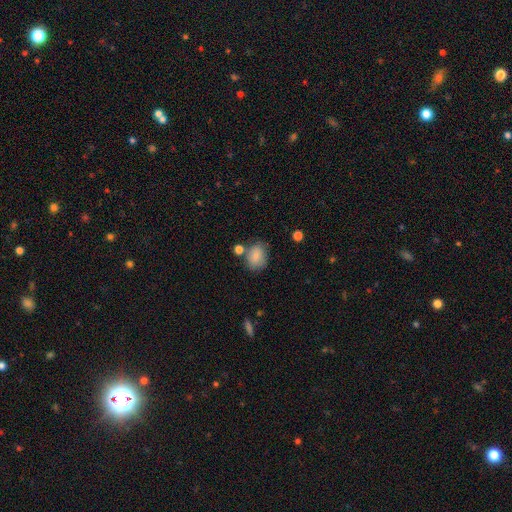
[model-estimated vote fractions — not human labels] Smooth or featured?
  - smooth: 81% *
  - featured or disk: 10%
  - star or artifact: 9%
How rounded?
  - in between: 57% *
  - round: 42%
  - cigar-shaped: 1%
Merging?
  - none: 64% *
  - minor disturbance: 19%
  - merger: 11%
  - major disturbance: 6%